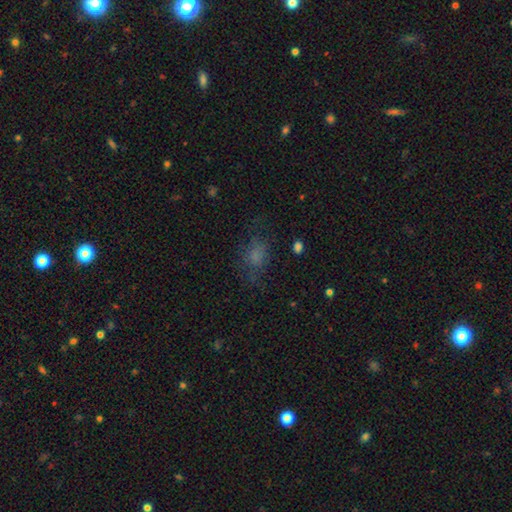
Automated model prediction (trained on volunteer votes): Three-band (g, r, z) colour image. It shows a smooth galaxy with no disk features (65%) that is in between round and cigar-shaped (64%). Merging: none (58%).